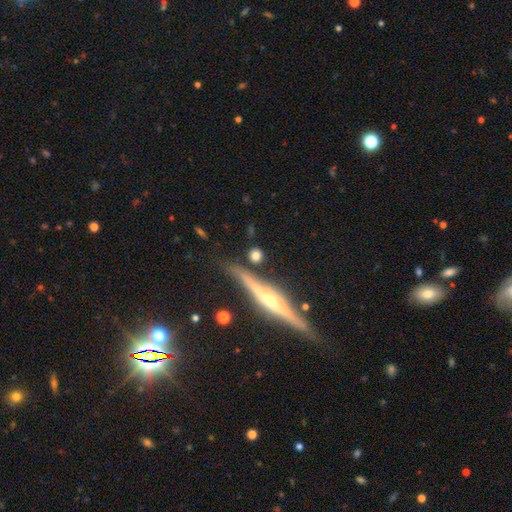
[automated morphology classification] smooth 64%, featured or disk 27%, star or artifact 10%. Down the decision tree: how rounded — round (65%); merging — none (78%).